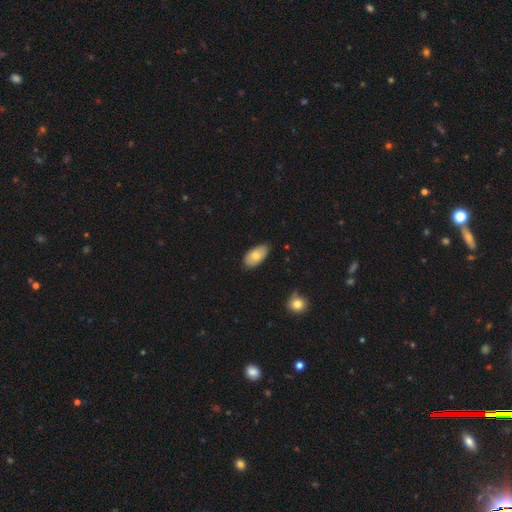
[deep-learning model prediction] Smooth or featured?
  - smooth: 75% *
  - featured or disk: 18%
  - star or artifact: 7%
How rounded?
  - in between: 94% *
  - round: 3%
  - cigar-shaped: 2%
Merging?
  - none: 78% *
  - minor disturbance: 18%
  - major disturbance: 2%
  - merger: 1%